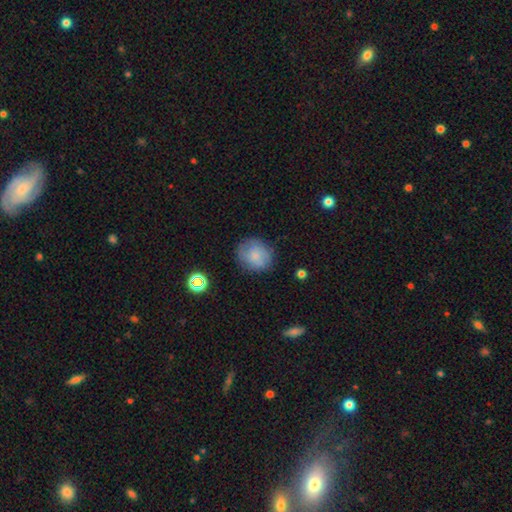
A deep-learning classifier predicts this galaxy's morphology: smooth-or-featured: smooth: 68% | featured or disk: 22% | star or artifact: 10%
  how-rounded: round: 79% | in between: 20% | cigar-shaped: 1%
  merging: none: 77% | minor disturbance: 16% | major disturbance: 5% | merger: 2%